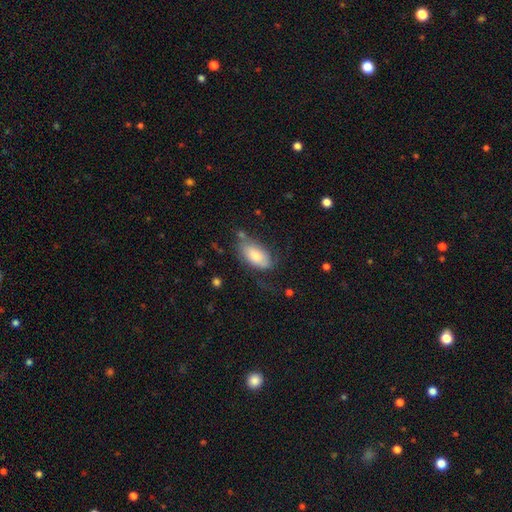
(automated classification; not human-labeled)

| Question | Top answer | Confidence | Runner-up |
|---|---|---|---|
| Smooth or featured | smooth | 74% | featured or disk (19%) |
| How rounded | in between | 93% | cigar-shaped (4%) |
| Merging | none | 51% | minor disturbance (28%) |